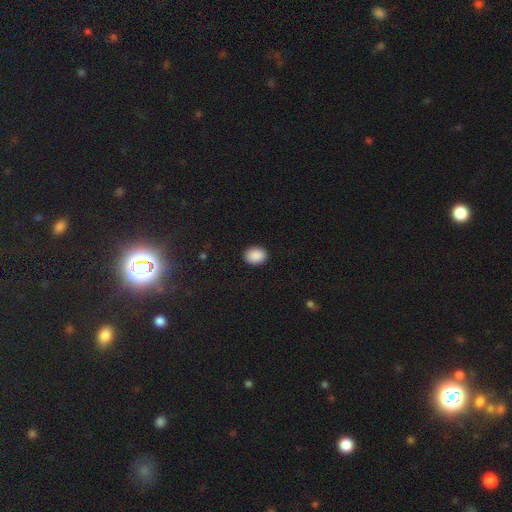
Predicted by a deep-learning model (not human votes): Smooth or featured?
  - smooth: 90% *
  - star or artifact: 8%
  - featured or disk: 3%
How rounded?
  - in between: 57% *
  - round: 42%
  - cigar-shaped: 1%
Merging?
  - none: 91% *
  - minor disturbance: 6%
  - major disturbance: 2%
  - merger: 1%